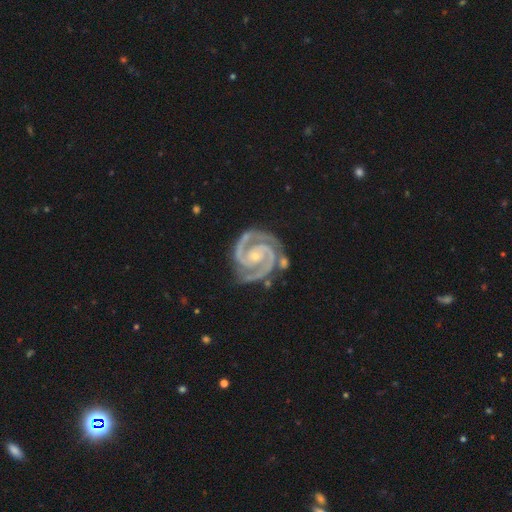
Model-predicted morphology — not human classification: This appears to be a featured or disk galaxy (94%) with no bar (58%), 2 (90%) tight (67%) spiral arms (99%) and a small central bulge (76%). Merging: none (75%).